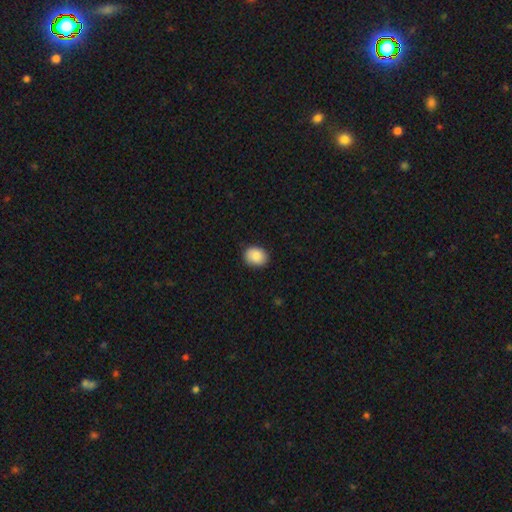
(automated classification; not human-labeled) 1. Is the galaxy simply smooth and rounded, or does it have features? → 89% smooth, 7% star or artifact, 4% featured or disk.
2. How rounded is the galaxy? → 52% in between, 47% round, 1% cigar-shaped.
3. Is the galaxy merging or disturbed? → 87% none, 10% minor disturbance, 2% major disturbance, 1% merger.